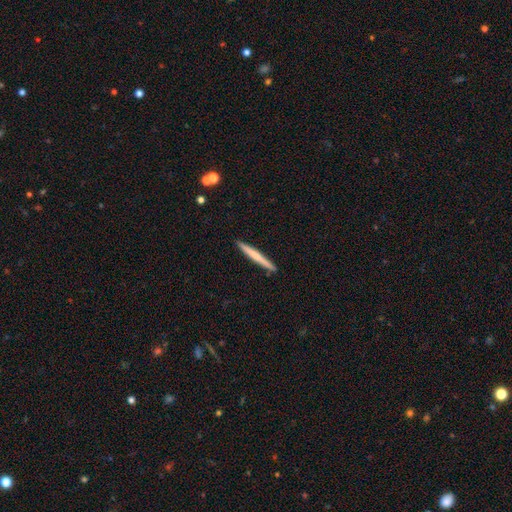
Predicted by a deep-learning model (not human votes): This appears to be a smooth galaxy with no disk features (59%) that is cigar-shaped (97%). Merging: none (92%).